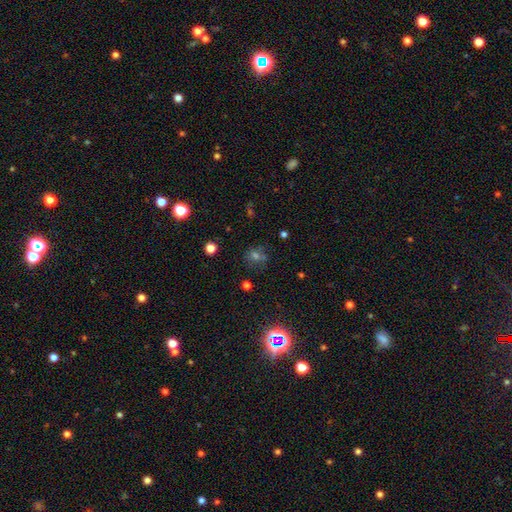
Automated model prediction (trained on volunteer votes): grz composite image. It shows a smooth galaxy with no disk features (44%). Merging: none (71%).